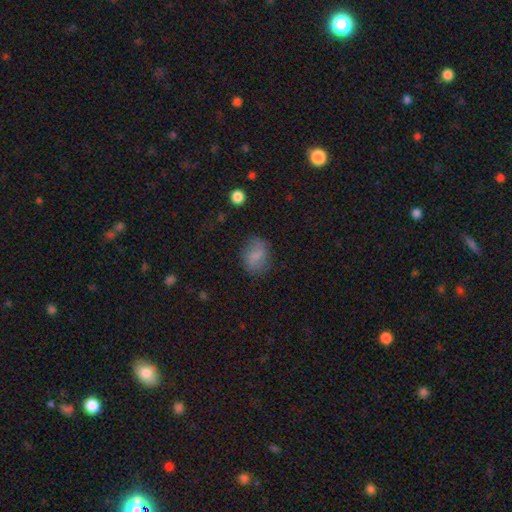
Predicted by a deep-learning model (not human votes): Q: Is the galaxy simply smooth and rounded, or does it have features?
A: smooth — 72%.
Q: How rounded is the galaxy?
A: in between — 61%.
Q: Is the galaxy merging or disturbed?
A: none — 72%.